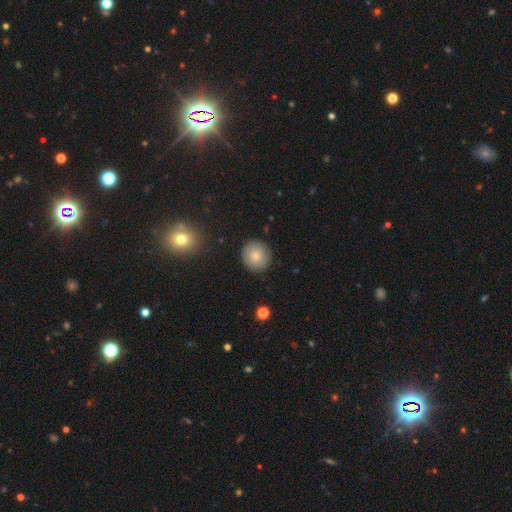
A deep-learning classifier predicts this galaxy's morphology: Overall: smooth (78%). How rounded: round (91%). Merging: none (89%).